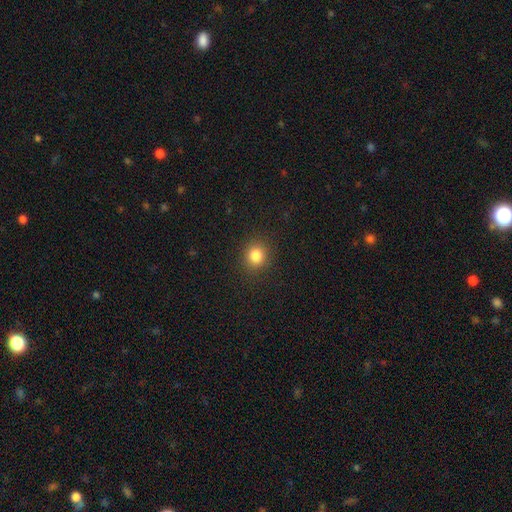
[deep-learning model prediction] Smooth or featured? smooth (83%)
How rounded? round (83%)
Merging? none (90%)